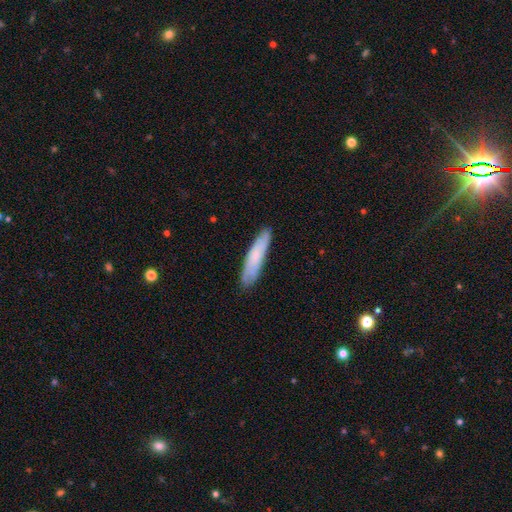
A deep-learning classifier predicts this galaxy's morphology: The model was most divided on "smooth or featured": smooth: 64%, featured or disk: 30%, star or artifact: 6%. More confident: merging — none (85%); how rounded — cigar-shaped (82%).